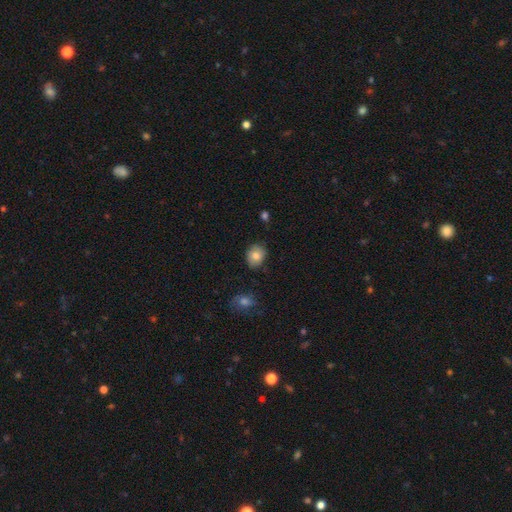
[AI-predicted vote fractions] Q: Smooth or featured?
A: smooth (82%); runner-up: featured or disk (10%)
Q: How rounded?
A: round (54%); runner-up: in between (46%)
Q: Merging?
A: none (79%); runner-up: minor disturbance (16%)